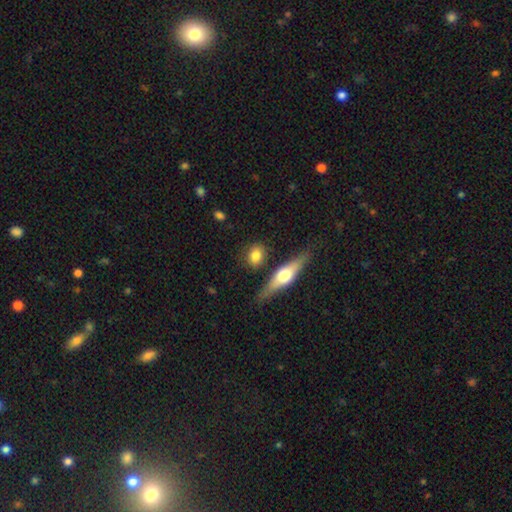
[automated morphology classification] This appears to be a smooth galaxy with no disk features (77%) that is round (48%). Merging: none (79%).